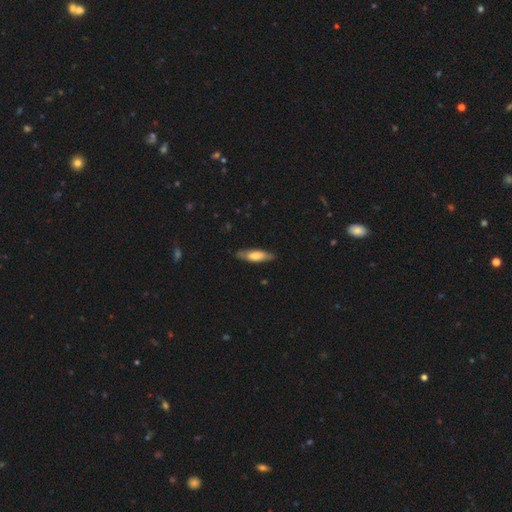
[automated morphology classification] Smooth or featured? smooth (66%)
How rounded? cigar-shaped (56%)
Merging? none (81%)